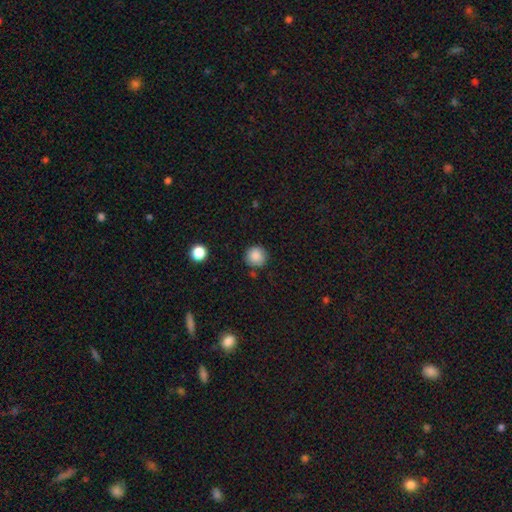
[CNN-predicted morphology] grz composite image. It shows a smooth galaxy with no disk features (87%) that is round (94%). Merging: none (84%).